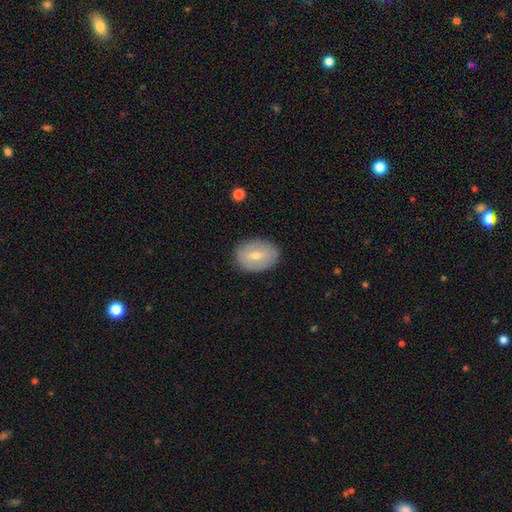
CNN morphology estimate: A smooth galaxy with no disk features (60%) that is in between round and cigar-shaped (69%).

Vote fractions:
- Smooth or featured? smooth: 60% / featured or disk: 32% / star or artifact: 7%
- How rounded? in between: 69% / round: 30% / cigar-shaped: 1%
- Merging? none: 84% / minor disturbance: 12% / major disturbance: 3% / merger: 1%